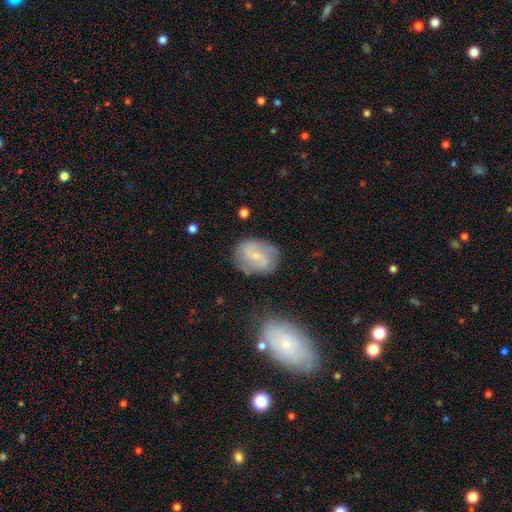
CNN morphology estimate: Overall: featured or disk (63%; smooth 30%). Edge-on disk: no (97%). Bar: weak (51%; no 31%). Spiral arms: yes (84%). Spiral arm count: 2 (77%). Spiral winding: medium (42%; loose 35%). Bulge size: small (71%). Merging: none (74%).